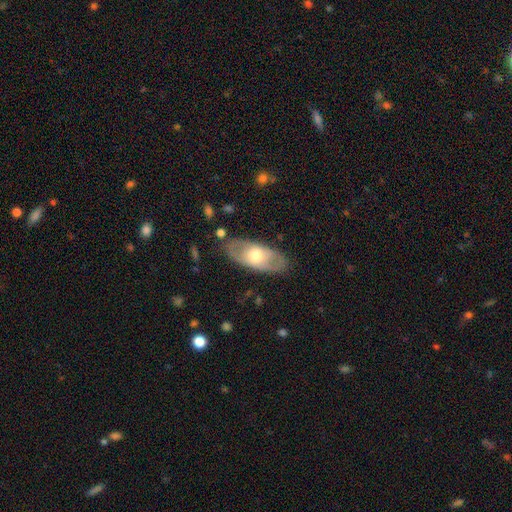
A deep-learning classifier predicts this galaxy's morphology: A featured or disk galaxy (49%).

Vote fractions:
- Smooth or featured? featured or disk: 49% / smooth: 46% / star or artifact: 5%
- Merging? none: 80% / minor disturbance: 14% / major disturbance: 4% / merger: 2%